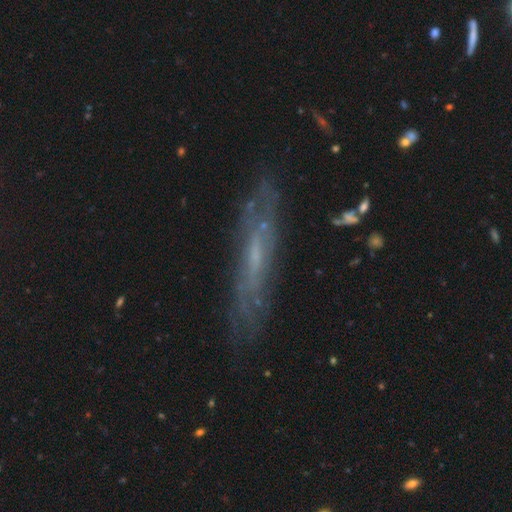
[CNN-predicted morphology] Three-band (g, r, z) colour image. It shows a featured or disk galaxy (66%) viewed edge-on (52%). Merging: none (80%).